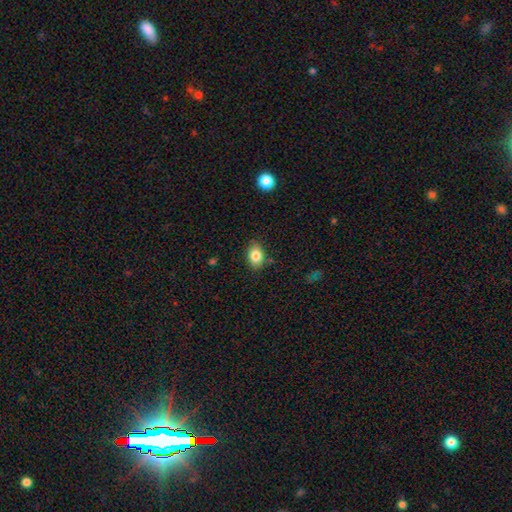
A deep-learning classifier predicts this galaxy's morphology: smooth 83%, star or artifact 9%, featured or disk 8%. Down the decision tree: how rounded — in between (78%); merging — none (82%).